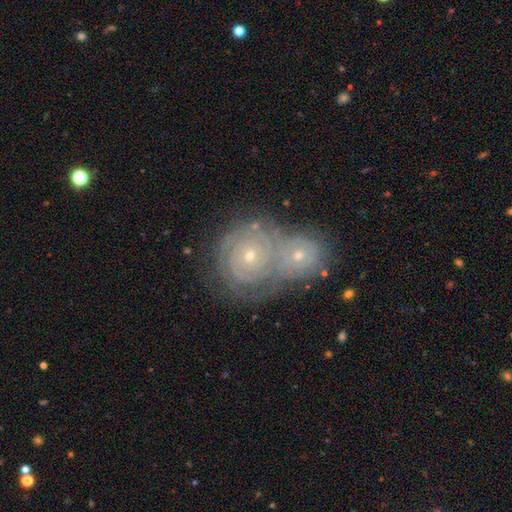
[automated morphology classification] A featured or disk galaxy (69%) with no bar (77%), tight (82%) spiral arms (85%) and a small central bulge (69%).

Vote fractions:
- Smooth or featured? featured or disk: 69% / smooth: 18% / star or artifact: 13%
- Edge-on disk? no: 96% / yes: 4%
- Bar? no: 77% / weak: 17% / strong: 5%
- Spiral arms? yes: 85% / no: 15%
- Spiral winding? tight: 82% / medium: 14% / loose: 4%
- Spiral arm count? can't tell: 50% / 2: 18% / 3: 13% / 4: 7% / more than 4: 6% / 1: 6%
- Bulge size? small: 69% / moderate: 27% / large: 2% / none: 1% / dominant: 1%
- Merging? merger: 50% / none: 38% / minor disturbance: 8% / major disturbance: 4%